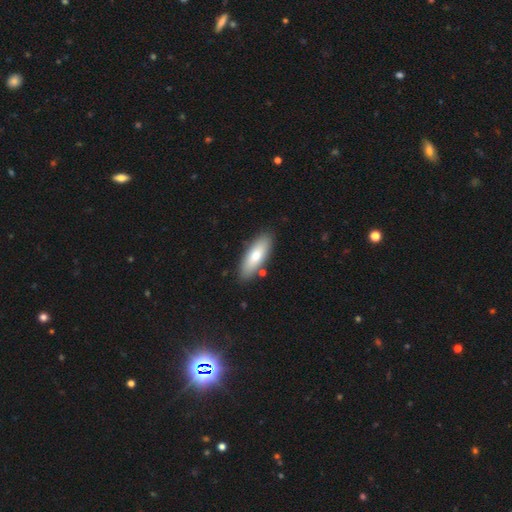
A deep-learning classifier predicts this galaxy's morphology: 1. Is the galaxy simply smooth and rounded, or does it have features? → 74% smooth, 20% featured or disk, 6% star or artifact.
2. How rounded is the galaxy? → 64% in between, 34% cigar-shaped, 2% round.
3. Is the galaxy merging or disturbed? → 85% none, 10% minor disturbance, 3% merger, 2% major disturbance.